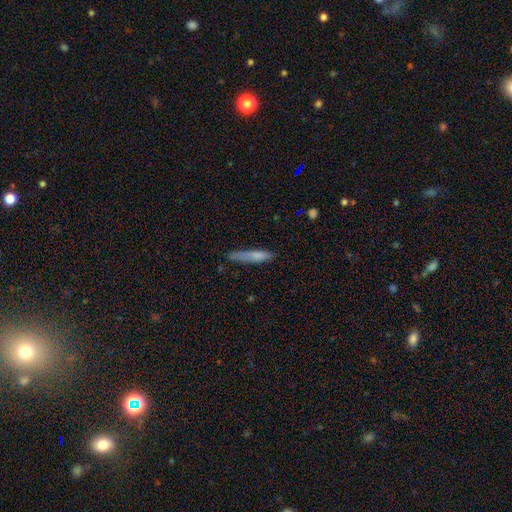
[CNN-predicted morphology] smooth_or_featured: smooth (p=0.74) [alt: featured or disk p=0.19]
how_rounded: cigar-shaped (p=0.89) [alt: in between p=0.09]
merging: none (p=0.63) [alt: minor disturbance p=0.25]